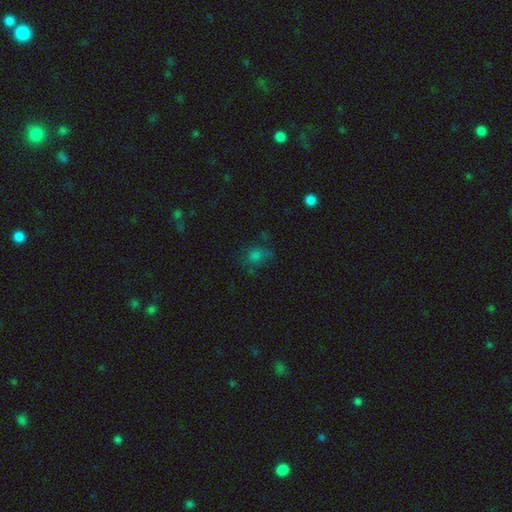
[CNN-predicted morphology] Smooth or featured: smooth — 63% (star or artifact — 25%)
How rounded: round — 63% (in between — 35%)
Merging: none — 59% (minor disturbance — 22%)